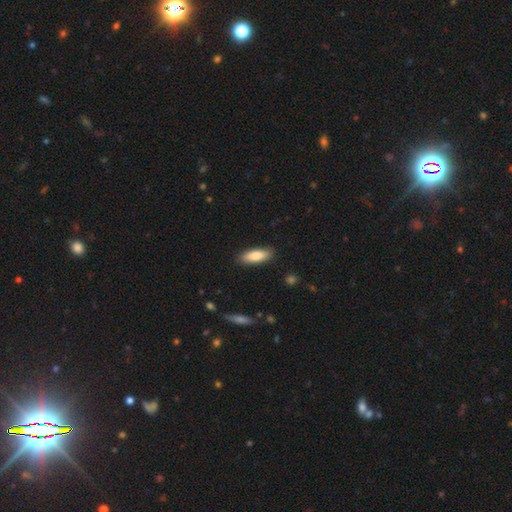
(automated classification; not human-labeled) smooth_or_featured: smooth (p=0.82) [alt: featured or disk p=0.12]
how_rounded: in between (p=0.63) [alt: cigar-shaped p=0.35]
merging: none (p=0.88) [alt: minor disturbance p=0.09]